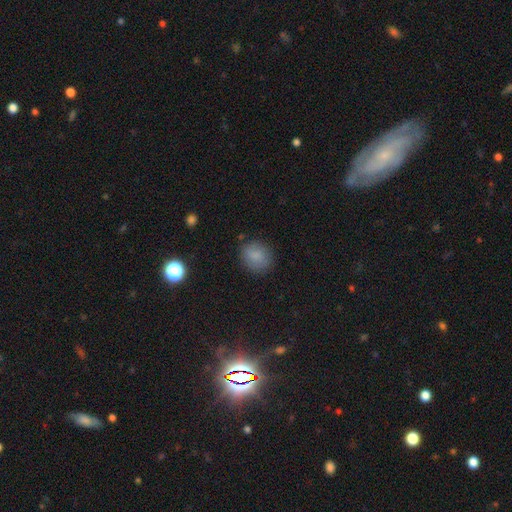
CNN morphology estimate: smooth-or-featured: smooth: 83% | star or artifact: 10% | featured or disk: 7%
  how-rounded: round: 77% | in between: 22% | cigar-shaped: 1%
  merging: none: 84% | minor disturbance: 11% | major disturbance: 3% | merger: 1%